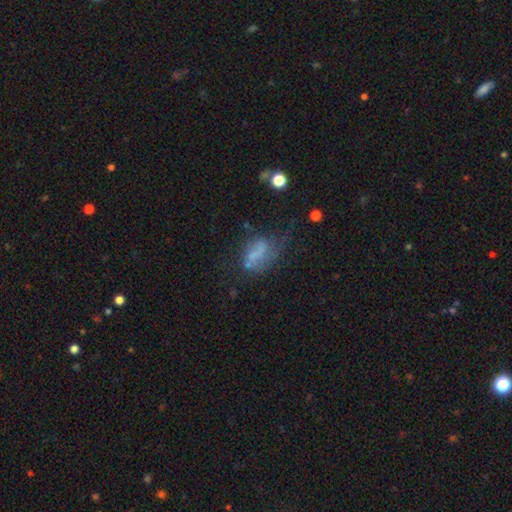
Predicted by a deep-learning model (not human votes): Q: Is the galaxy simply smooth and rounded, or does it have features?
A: smooth — 48%.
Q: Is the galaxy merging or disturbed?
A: major disturbance — 33%.